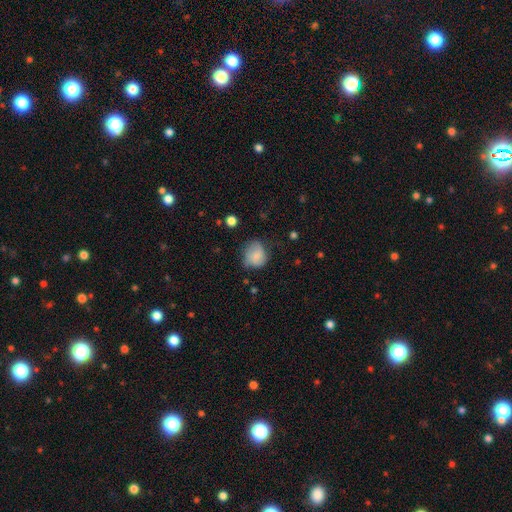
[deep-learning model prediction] Morphology: type=smooth (76%); roundness=round (69%); merging=none (54%).